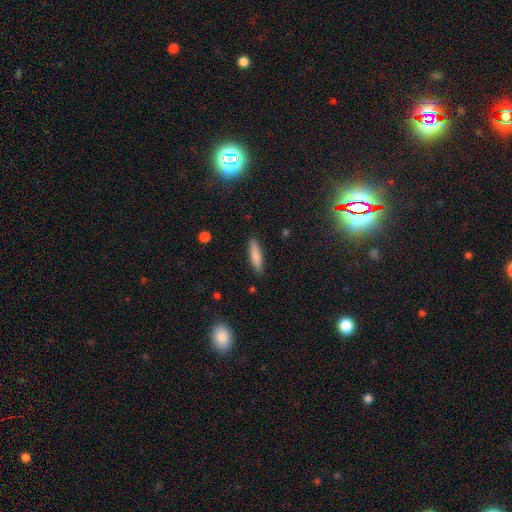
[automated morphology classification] This appears to be a smooth galaxy with no disk features (82%) that is cigar-shaped (75%). Merging: none (88%).